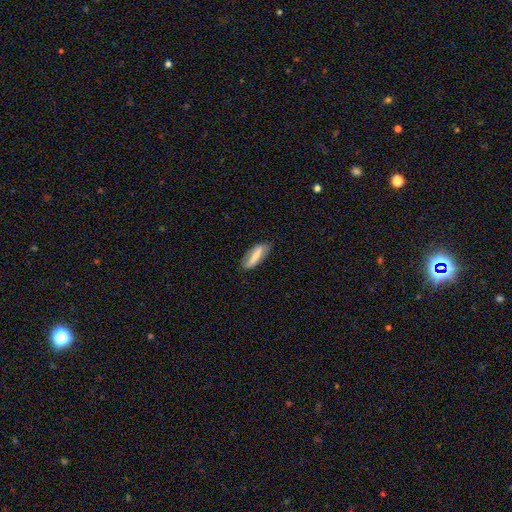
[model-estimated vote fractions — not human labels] Smooth or featured?
  - smooth: 65% *
  - featured or disk: 28%
  - star or artifact: 7%
How rounded?
  - in between: 58% *
  - cigar-shaped: 39%
  - round: 2%
Merging?
  - none: 71% *
  - minor disturbance: 22%
  - major disturbance: 6%
  - merger: 2%